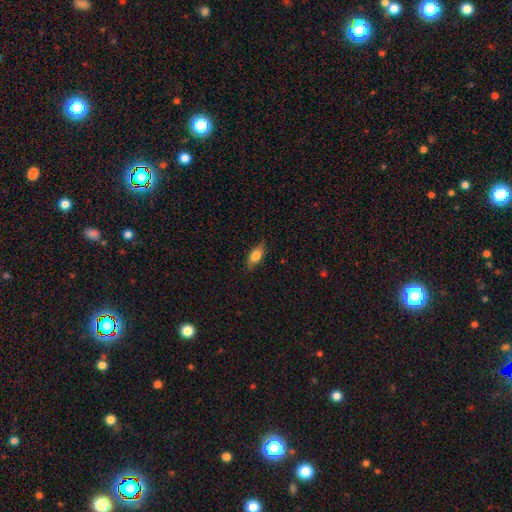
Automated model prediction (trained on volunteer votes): This appears to be a smooth galaxy with no disk features (70%) that is in between round and cigar-shaped (79%). Merging: none (83%).